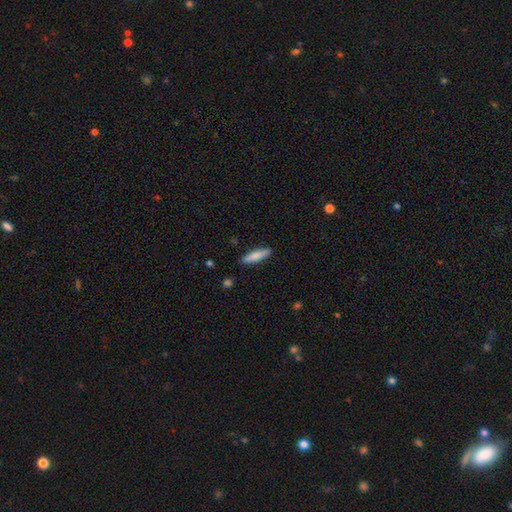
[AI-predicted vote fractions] smooth 78%, featured or disk 16%, star or artifact 6%. Down the decision tree: how rounded — cigar-shaped (79%); merging — none (87%).